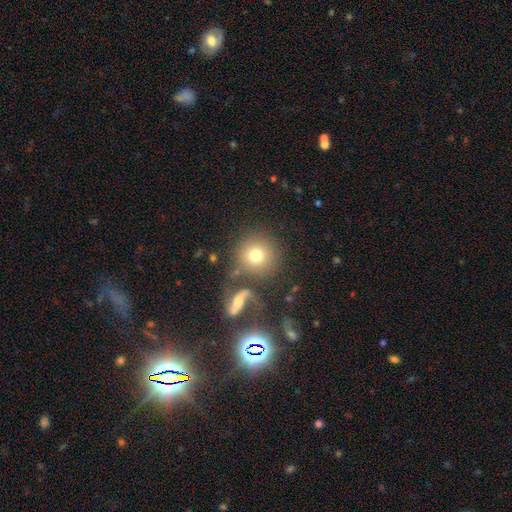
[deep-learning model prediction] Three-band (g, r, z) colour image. It shows a smooth galaxy with no disk features (73%) that is round (93%). Merging: none (71%).